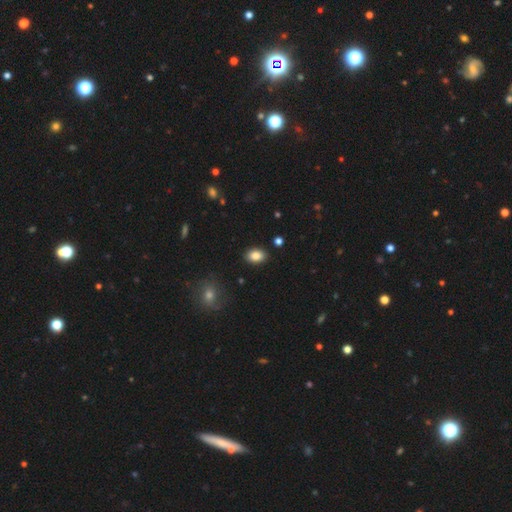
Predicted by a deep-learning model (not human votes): smooth_or_featured: smooth (p=0.86) [alt: star or artifact p=0.09]
how_rounded: in between (p=0.83) [alt: round p=0.16]
merging: none (p=0.88) [alt: minor disturbance p=0.08]